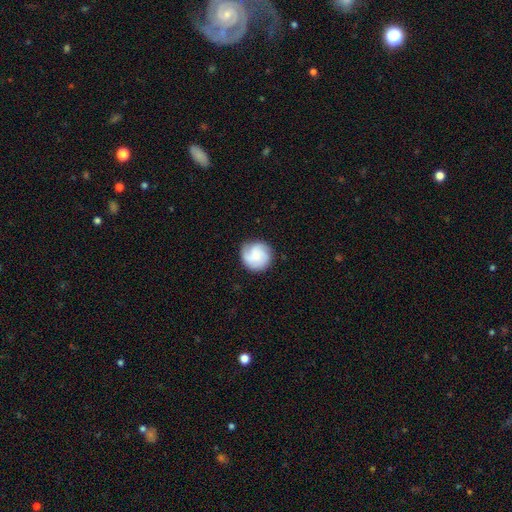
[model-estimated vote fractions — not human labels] Morphology: type=featured or disk (53%); edge-on=no (98%); bar=no (72%); spiral arms=yes (94%); bulge=small (48%); merging=none (81%).